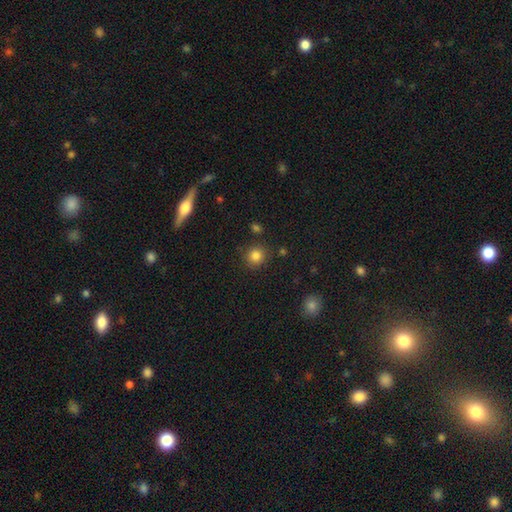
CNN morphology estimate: This is clearly a smooth galaxy (83%). How rounded: clearly round (89%). Merging: clearly none (85%).